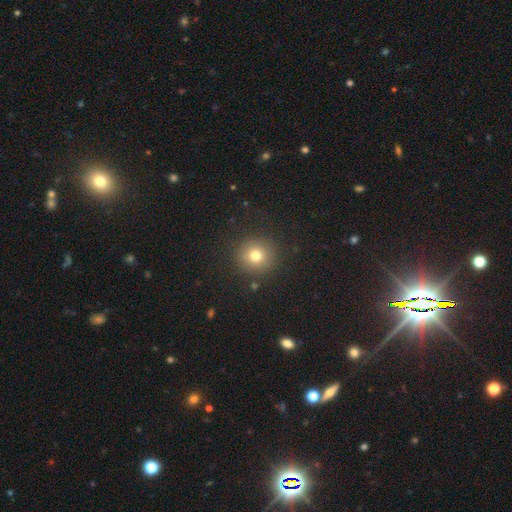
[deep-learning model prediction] Smooth or featured: smooth — 75% (star or artifact — 15%)
How rounded: round — 93% (in between — 6%)
Merging: none — 88% (minor disturbance — 7%)